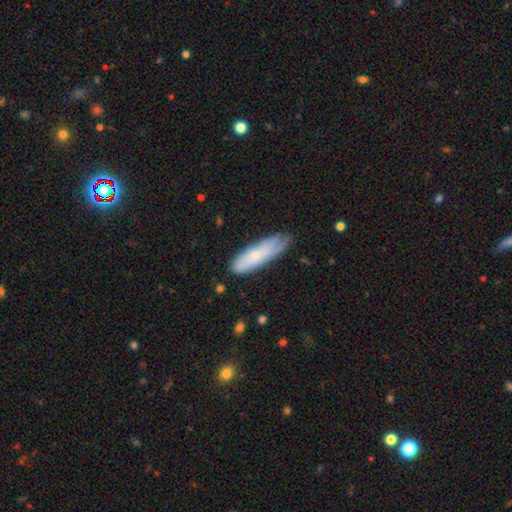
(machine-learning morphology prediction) The model was most divided on "how rounded": cigar-shaped: 59%, in between: 39%, round: 2%. More confident: merging — none (65%); smooth or featured — smooth (61%).